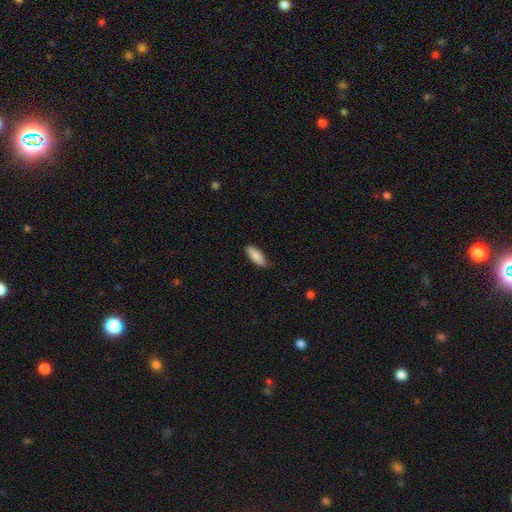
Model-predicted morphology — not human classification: This appears to be a smooth galaxy with no disk features (88%) that is in between round and cigar-shaped (70%). Merging: none (79%).